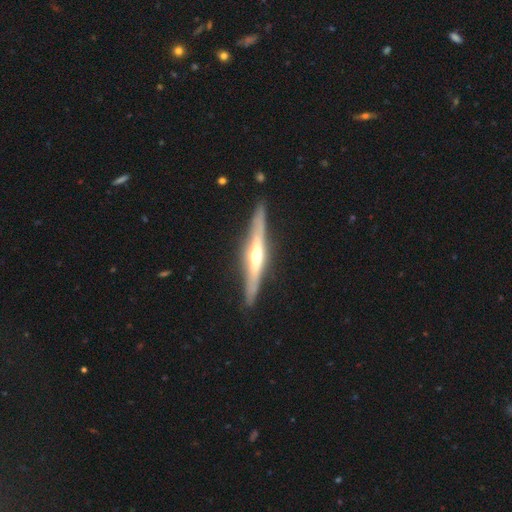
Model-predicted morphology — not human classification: This appears to be a featured or disk galaxy (74%) viewed edge-on (96%) with a rounded central bulge (84%). Merging: none (88%).